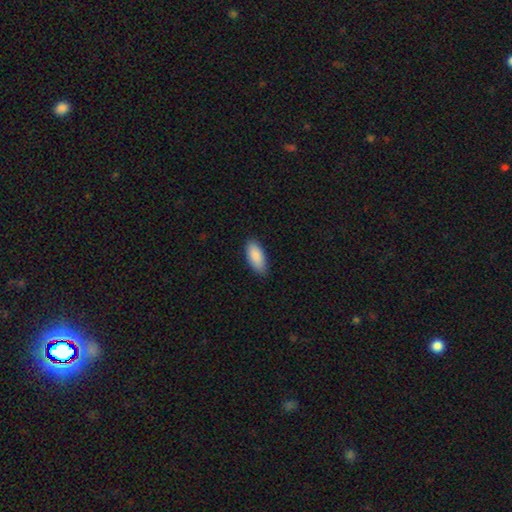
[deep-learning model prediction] smooth-or-featured: smooth: 90% | star or artifact: 6% | featured or disk: 4%
  how-rounded: in between: 87% | cigar-shaped: 12% | round: 2%
  merging: none: 85% | minor disturbance: 12% | major disturbance: 2% | merger: 1%